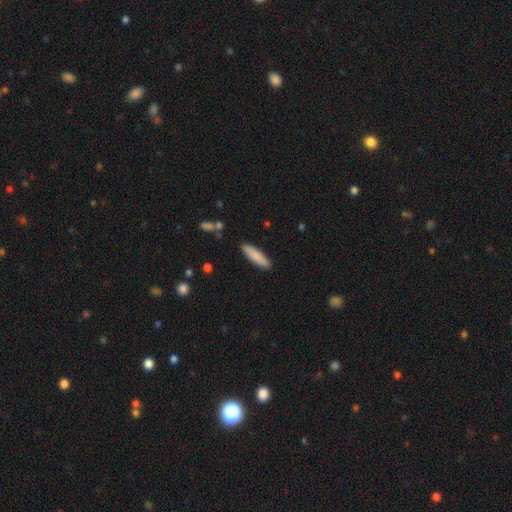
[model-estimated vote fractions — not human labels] Morphology: type=smooth (86%); roundness=cigar-shaped (72%); merging=none (89%).